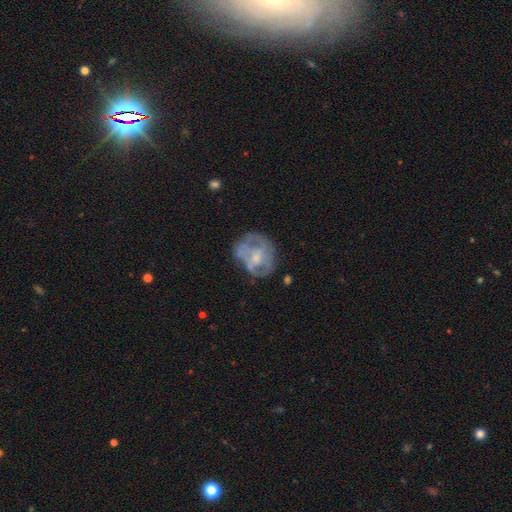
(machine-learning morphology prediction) Smooth or featured?
  - featured or disk: 64% *
  - smooth: 28%
  - star or artifact: 8%
Edge-on disk?
  - no: 98% *
  - yes: 2%
Bar?
  - no: 76% *
  - weak: 20%
  - strong: 4%
Spiral arms?
  - no: 64% *
  - yes: 36%
Bulge size?
  - small: 48% *
  - moderate: 38%
  - none: 11%
  - large: 2%
  - dominant: 1%
Merging?
  - none: 50% *
  - minor disturbance: 24%
  - major disturbance: 21%
  - merger: 4%